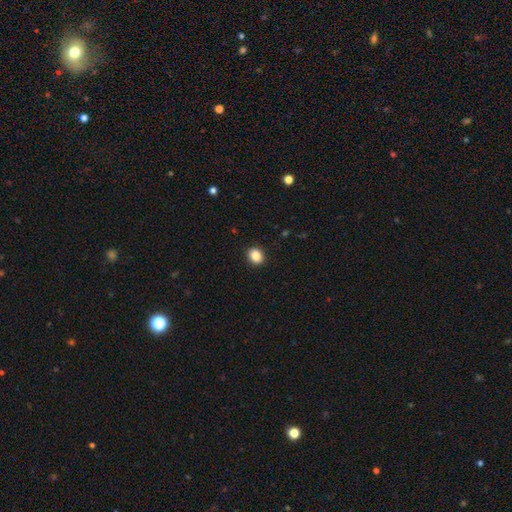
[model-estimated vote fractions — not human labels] Q: Smooth or featured?
A: smooth (87%); runner-up: star or artifact (9%)
Q: How rounded?
A: round (55%); runner-up: in between (45%)
Q: Merging?
A: none (91%); runner-up: minor disturbance (6%)